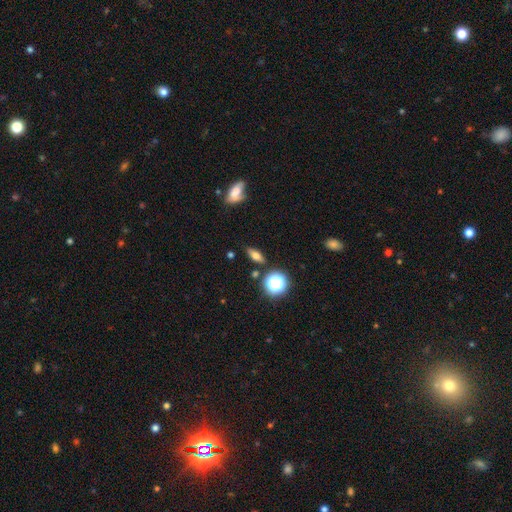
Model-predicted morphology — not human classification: smooth_or_featured: smooth (p=0.61) [alt: featured or disk p=0.23]
how_rounded: in between (p=0.62) [alt: cigar-shaped p=0.24]
merging: none (p=0.82) [alt: minor disturbance p=0.12]